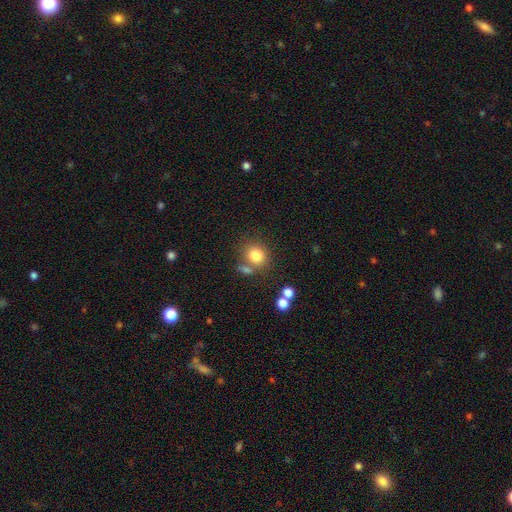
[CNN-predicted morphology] The model was most divided on "merging": none: 67%, merger: 16%, minor disturbance: 12%, major disturbance: 5%. More confident: smooth or featured — smooth (80%); how rounded — round (76%).